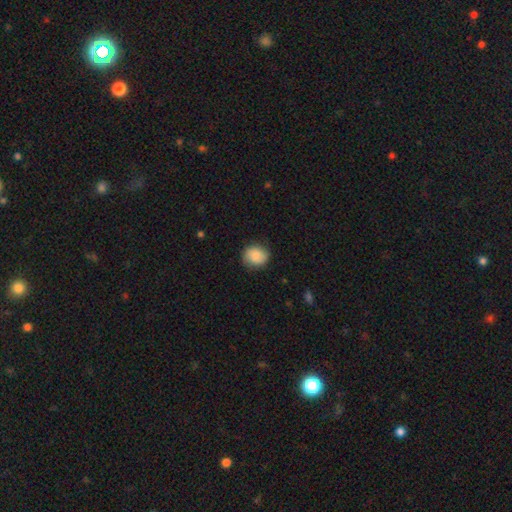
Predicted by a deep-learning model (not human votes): Q: Smooth or featured?
A: smooth (76%); runner-up: featured or disk (17%)
Q: How rounded?
A: round (77%); runner-up: in between (22%)
Q: Merging?
A: none (80%); runner-up: minor disturbance (15%)